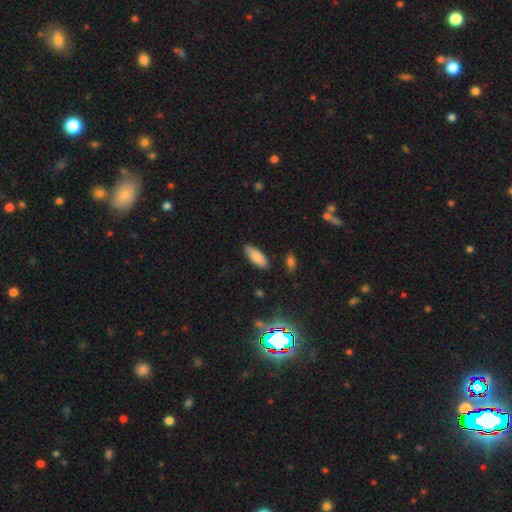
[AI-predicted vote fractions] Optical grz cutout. It shows a smooth galaxy with no disk features (84%) that is in between round and cigar-shaped (79%). Merging: none (84%).